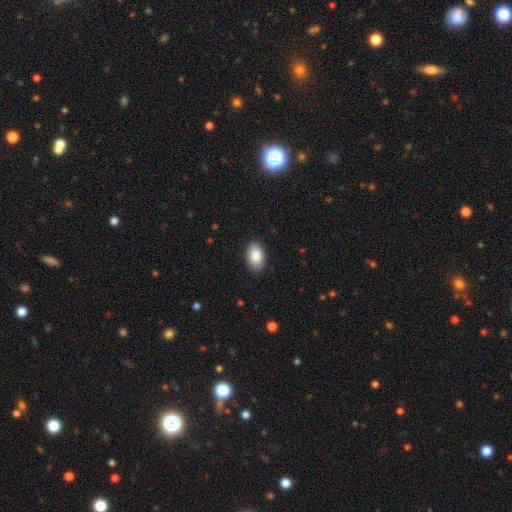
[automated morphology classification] Smooth or featured: smooth — 90% (star or artifact — 6%)
How rounded: in between — 94% (round — 5%)
Merging: none — 89% (minor disturbance — 8%)